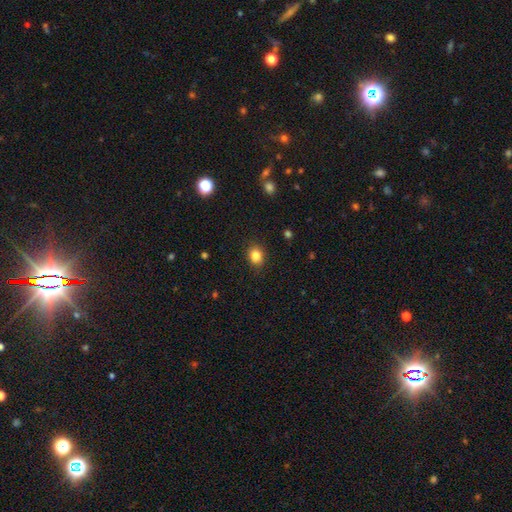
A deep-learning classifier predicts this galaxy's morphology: Overall: smooth (84%). How rounded: round (56%; in between 43%). Merging: none (87%).